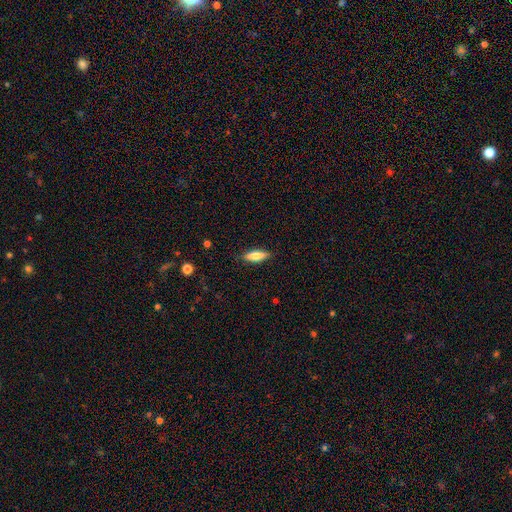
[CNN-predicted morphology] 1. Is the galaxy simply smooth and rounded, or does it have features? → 74% smooth, 20% featured or disk, 6% star or artifact.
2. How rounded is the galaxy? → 53% in between, 45% cigar-shaped, 2% round.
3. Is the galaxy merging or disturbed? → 87% none, 10% minor disturbance, 2% major disturbance, 1% merger.